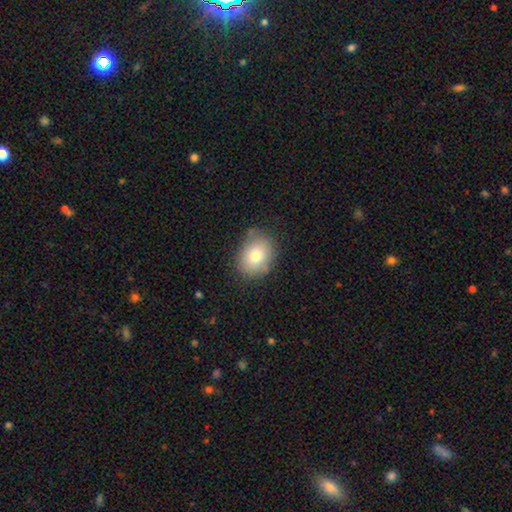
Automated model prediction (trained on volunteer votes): smooth 77%, featured or disk 13%, star or artifact 10%. Down the decision tree: how rounded — in between (57%); merging — none (78%).